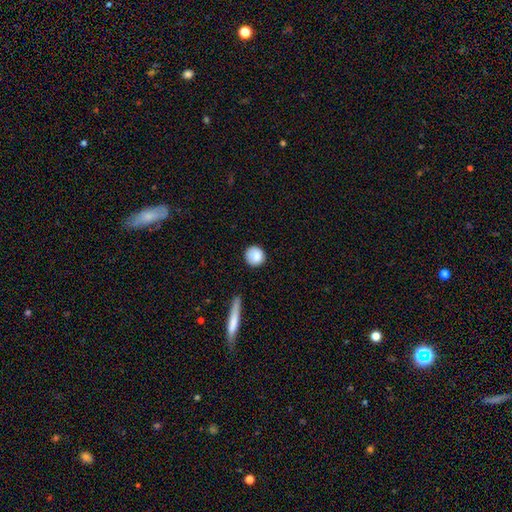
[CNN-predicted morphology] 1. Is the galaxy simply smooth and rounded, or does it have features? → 86% smooth, 7% star or artifact, 6% featured or disk.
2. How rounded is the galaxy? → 93% round, 6% in between, 1% cigar-shaped.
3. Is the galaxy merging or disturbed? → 82% none, 13% minor disturbance, 3% major disturbance, 2% merger.